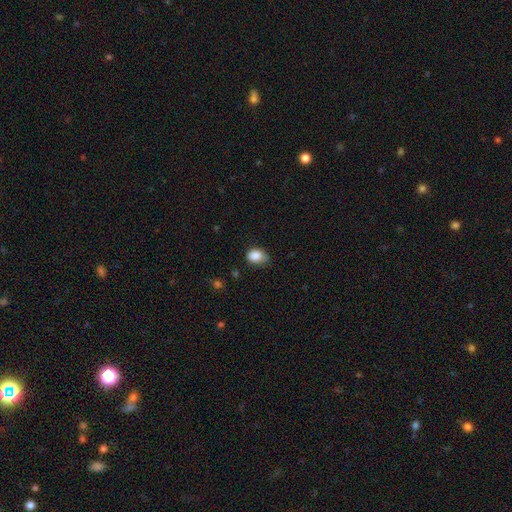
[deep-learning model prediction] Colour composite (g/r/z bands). It shows a smooth galaxy with no disk features (85%) that is in between round and cigar-shaped (66%). Merging: none (55%).